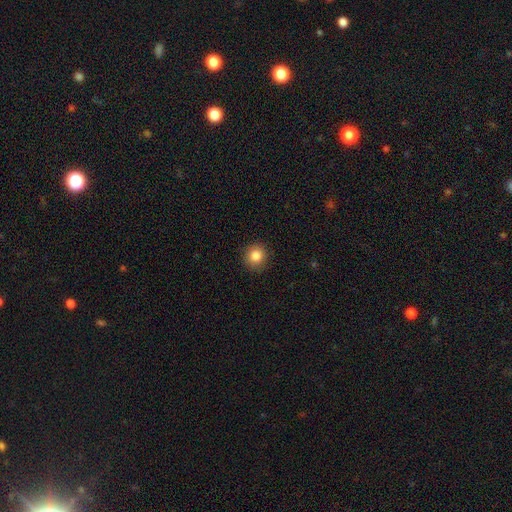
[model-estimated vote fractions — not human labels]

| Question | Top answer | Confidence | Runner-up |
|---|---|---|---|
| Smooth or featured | smooth | 84% | star or artifact (10%) |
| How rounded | round | 92% | in between (7%) |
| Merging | none | 91% | minor disturbance (6%) |